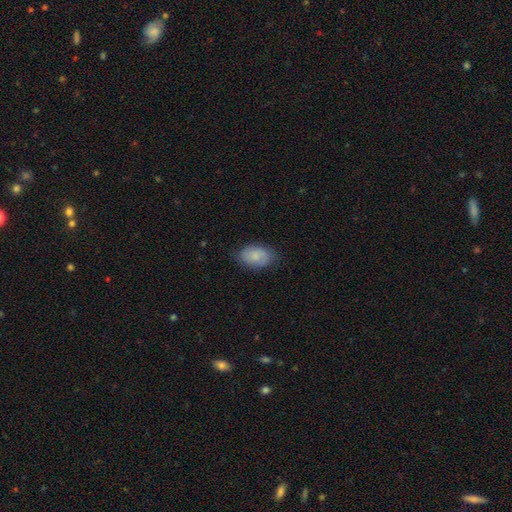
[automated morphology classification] The model was most divided on "merging": none: 79%, minor disturbance: 17%, major disturbance: 4%, merger: 1%. More confident: how rounded — in between (90%); smooth or featured — smooth (81%).